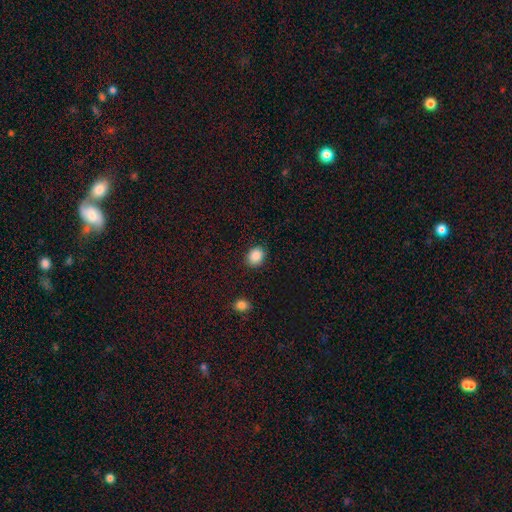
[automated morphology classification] This is clearly a smooth galaxy (88%). How rounded: possibly round (54%). Merging: clearly none (85%).